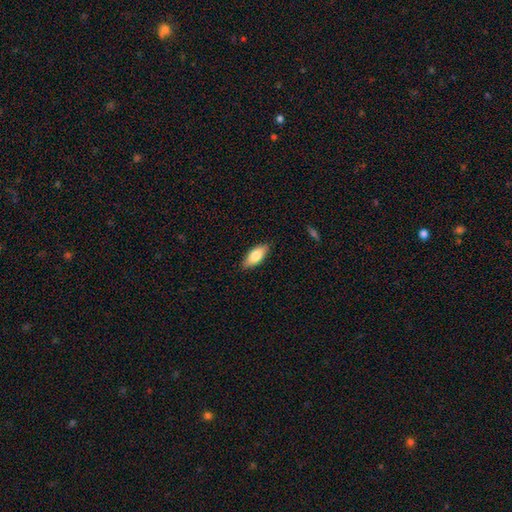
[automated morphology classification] Smooth or featured: smooth — 76% (featured or disk — 18%)
How rounded: in between — 81% (cigar-shaped — 16%)
Merging: none — 86% (minor disturbance — 11%)